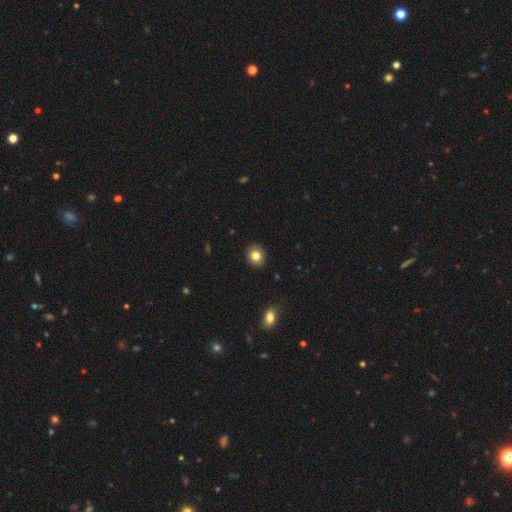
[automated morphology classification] A smooth galaxy with no disk features (82%) that is round (74%).

Vote fractions:
- Smooth or featured? smooth: 82% / star or artifact: 10% / featured or disk: 9%
- How rounded? round: 74% / in between: 25% / cigar-shaped: 1%
- Merging? none: 91% / minor disturbance: 6% / major disturbance: 2% / merger: 1%